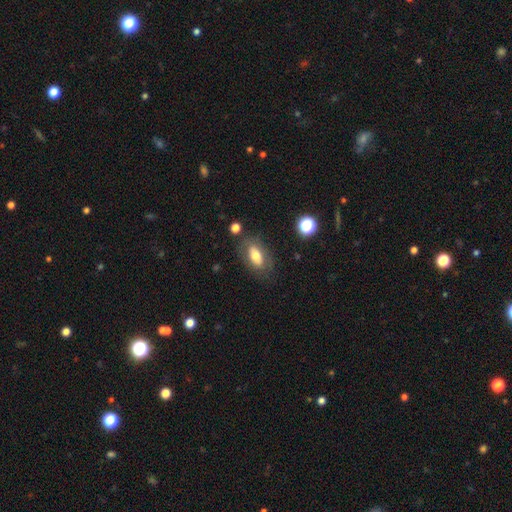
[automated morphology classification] This is likely a smooth galaxy (65%). How rounded: clearly in between (85%). Merging: likely none (76%).